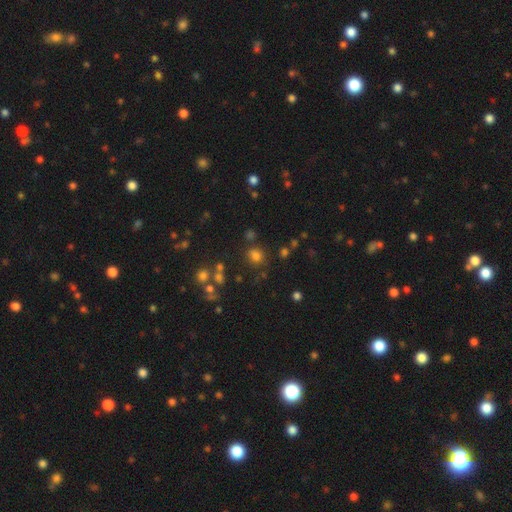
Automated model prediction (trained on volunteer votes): This appears to be a smooth galaxy with no disk features (70%) that is round (67%). Merging: none (74%).